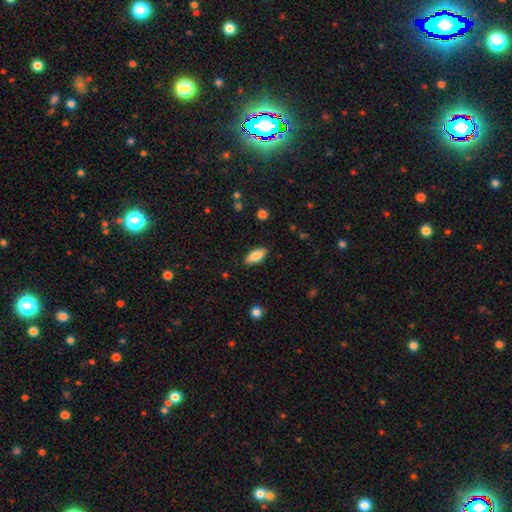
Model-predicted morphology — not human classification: type=smooth (75%); roundness=in between (76%); merging=none (86%).